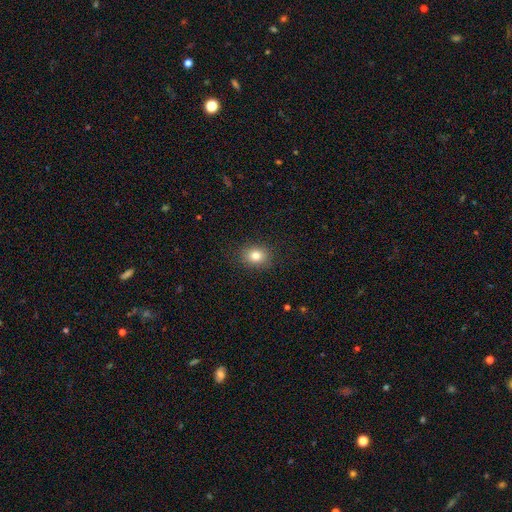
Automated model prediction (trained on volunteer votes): Morphology: type=smooth (81%); roundness=round (54%); merging=none (88%).